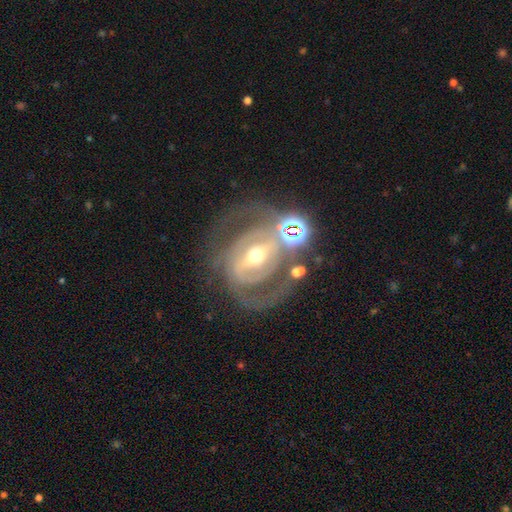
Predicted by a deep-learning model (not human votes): A featured or disk galaxy (84%) with a strong bar (56%), 2 (62%) tight (46%) spiral arms (83%) and a moderate central bulge (67%). Merging: none (58%).